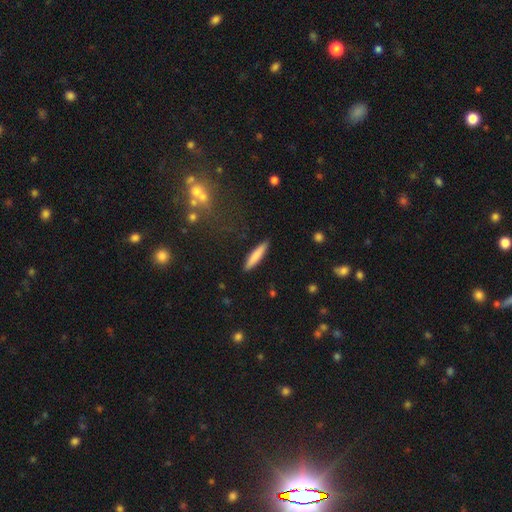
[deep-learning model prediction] Smooth or featured: smooth — 79% (featured or disk — 15%)
How rounded: cigar-shaped — 87% (in between — 12%)
Merging: none — 90% (minor disturbance — 7%)